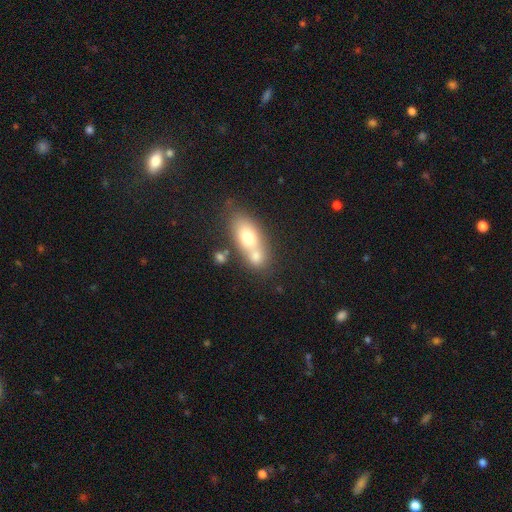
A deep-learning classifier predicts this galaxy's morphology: A smooth galaxy with no disk features (70%) that is in between round and cigar-shaped (71%). Merging: merger (58%).